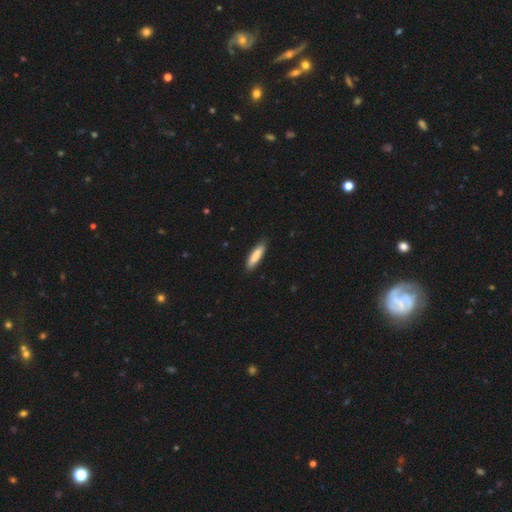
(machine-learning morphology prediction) smooth-or-featured: smooth: 83% | featured or disk: 12% | star or artifact: 5%
  how-rounded: cigar-shaped: 70% | in between: 29% | round: 1%
  merging: none: 88% | minor disturbance: 10% | major disturbance: 2% | merger: 1%